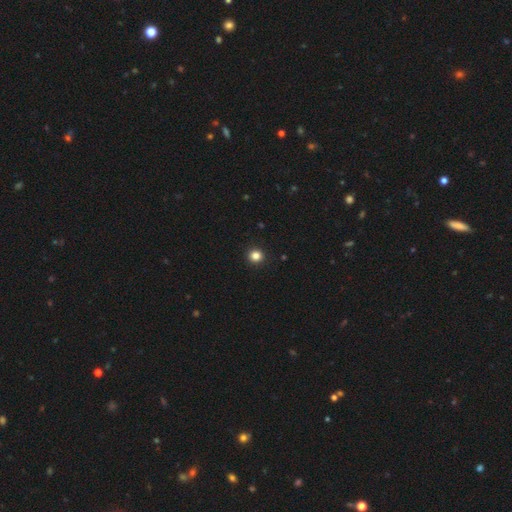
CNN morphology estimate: Smooth or featured?
  - smooth: 84% *
  - star or artifact: 12%
  - featured or disk: 4%
How rounded?
  - round: 92% *
  - in between: 7%
  - cigar-shaped: 1%
Merging?
  - none: 93% *
  - minor disturbance: 4%
  - major disturbance: 1%
  - merger: 1%